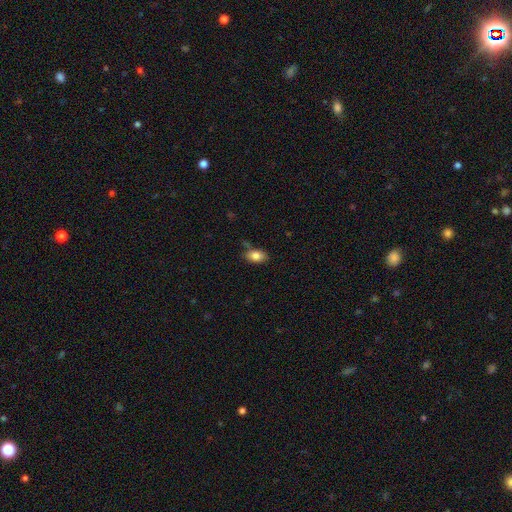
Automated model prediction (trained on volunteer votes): Overall: smooth (84%). How rounded: in between (89%). Merging: none (72%).